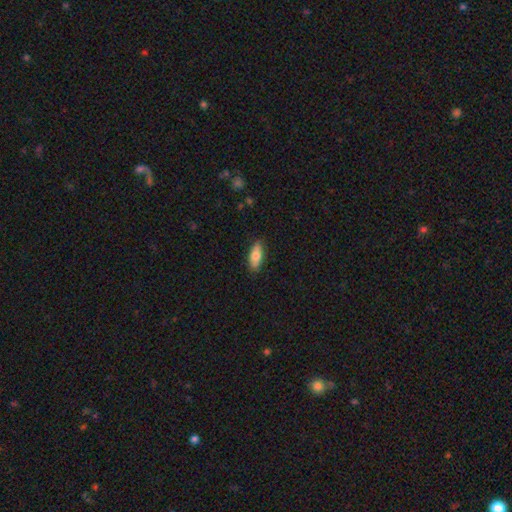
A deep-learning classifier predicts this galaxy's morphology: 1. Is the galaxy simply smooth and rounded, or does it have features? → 74% smooth, 19% featured or disk, 6% star or artifact.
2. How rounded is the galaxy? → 78% in between, 20% cigar-shaped, 3% round.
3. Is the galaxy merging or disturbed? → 83% none, 14% minor disturbance, 2% major disturbance, 1% merger.